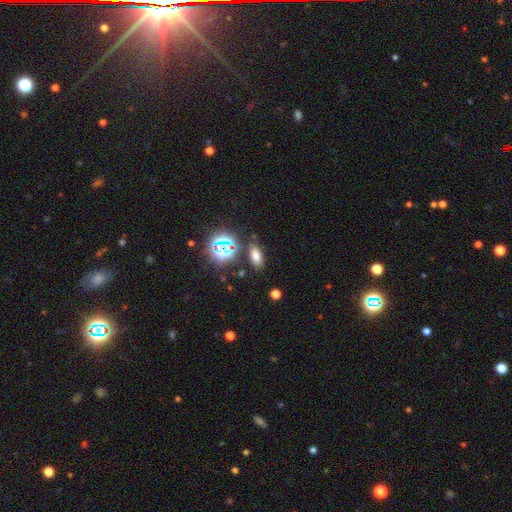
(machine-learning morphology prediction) A smooth galaxy with no disk features (66%) that is in between round and cigar-shaped (81%). Merging: none (82%).